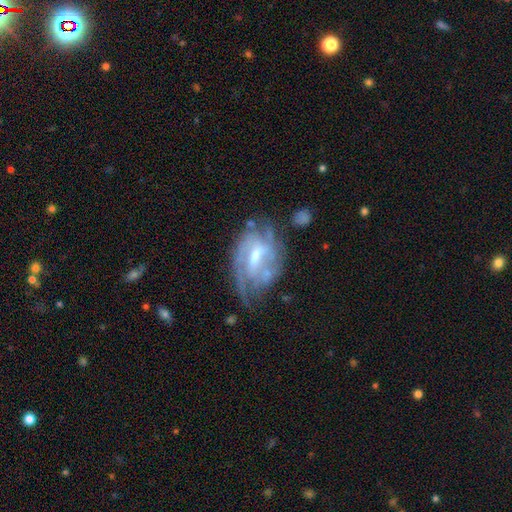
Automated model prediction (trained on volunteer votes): Q: Smooth or featured?
A: featured or disk (82%); runner-up: smooth (12%)
Q: Edge-on disk?
A: no (96%); runner-up: yes (4%)
Q: Bar?
A: weak (55%); runner-up: strong (23%)
Q: Spiral arms?
A: yes (87%); runner-up: no (13%)
Q: Spiral winding?
A: tight (47%); runner-up: medium (39%)
Q: Spiral arm count?
A: can't tell (35%); runner-up: 2 (34%)
Q: Bulge size?
A: moderate (51%); runner-up: small (38%)
Q: Merging?
A: none (49%); runner-up: minor disturbance (25%)